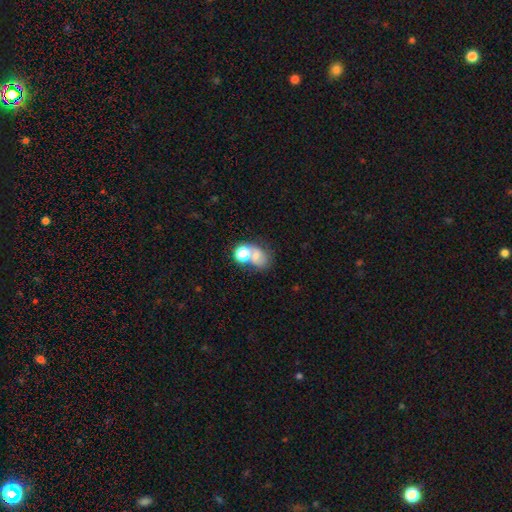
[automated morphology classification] A smooth galaxy with no disk features (57%) that is in between round and cigar-shaped (49%, tied with round). Merging: merger (46%).